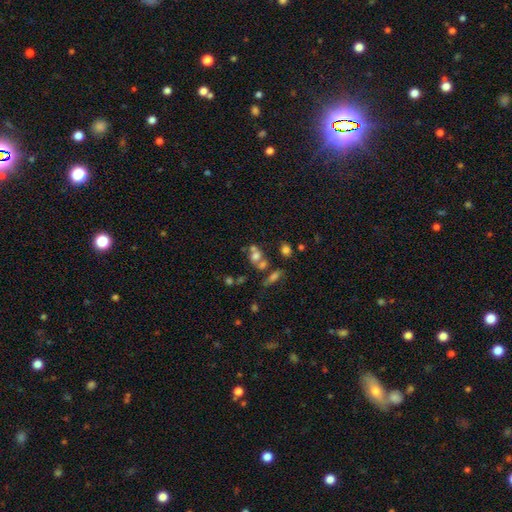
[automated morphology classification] This is likely a smooth galaxy (63%). How rounded: possibly in between (52%). Merging: possibly merger (46%).